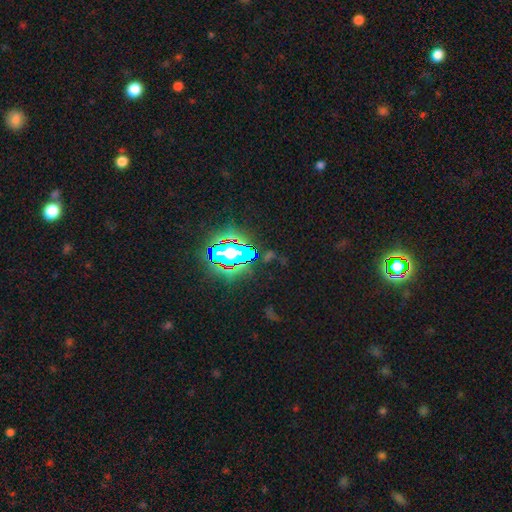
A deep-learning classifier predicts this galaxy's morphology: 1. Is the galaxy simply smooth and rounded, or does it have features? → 79% star or artifact, 13% smooth, 9% featured or disk.